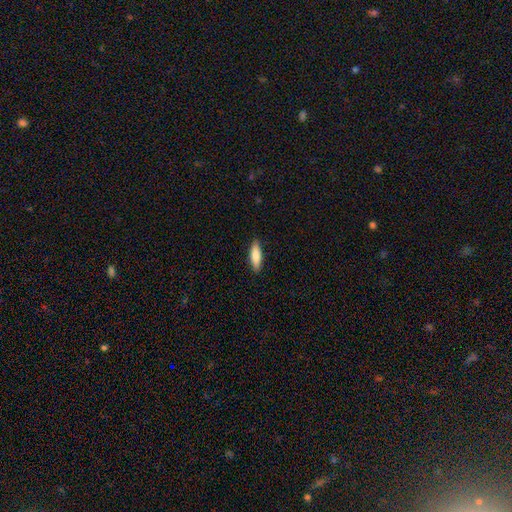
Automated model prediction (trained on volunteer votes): Q: Smooth or featured?
A: smooth (81%); runner-up: featured or disk (13%)
Q: How rounded?
A: cigar-shaped (52%); runner-up: in between (46%)
Q: Merging?
A: none (88%); runner-up: minor disturbance (9%)